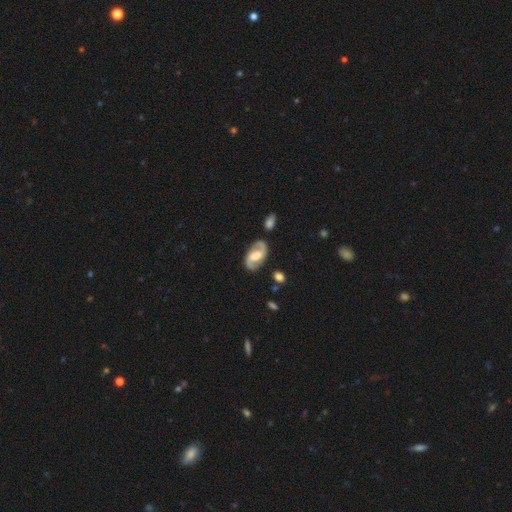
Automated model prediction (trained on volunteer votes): Overall: featured or disk (79%). Edge-on disk: no (96%). Bar: weak (44%; strong 29%). Spiral arms: yes (90%). Spiral arm count: 2 (91%). Spiral winding: medium (51%; loose 28%). Bulge size: moderate (38%, tied with large). Merging: none (79%).